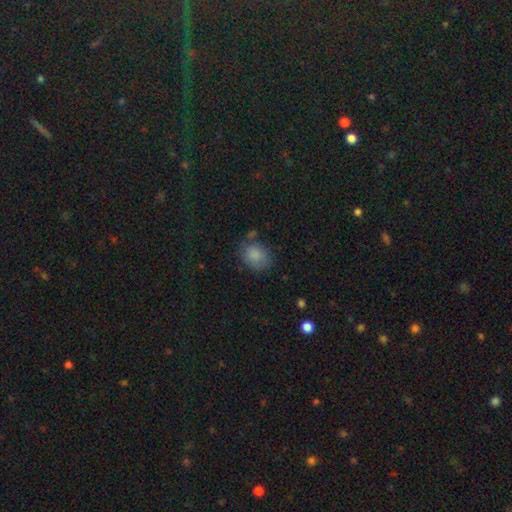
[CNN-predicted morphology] smooth-or-featured: smooth: 84% | star or artifact: 9% | featured or disk: 7%
  how-rounded: in between: 52% | round: 47% | cigar-shaped: 1%
  merging: none: 62% | minor disturbance: 23% | major disturbance: 8% | merger: 7%